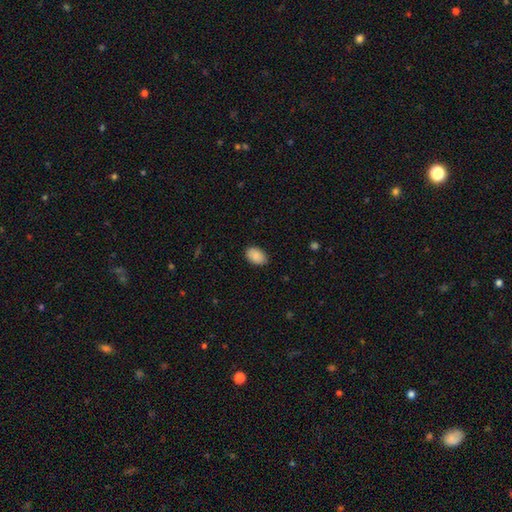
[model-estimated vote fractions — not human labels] smooth_or_featured: smooth (p=0.89) [alt: star or artifact p=0.06]
how_rounded: in between (p=0.89) [alt: round p=0.10]
merging: none (p=0.86) [alt: minor disturbance p=0.11]